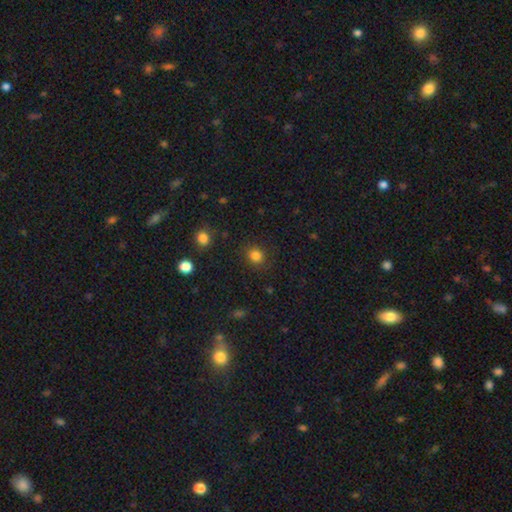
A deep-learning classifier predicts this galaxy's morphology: smooth_or_featured: smooth (p=0.83) [alt: star or artifact p=0.13]
how_rounded: round (p=0.77) [alt: in between p=0.22]
merging: none (p=0.87) [alt: minor disturbance p=0.09]